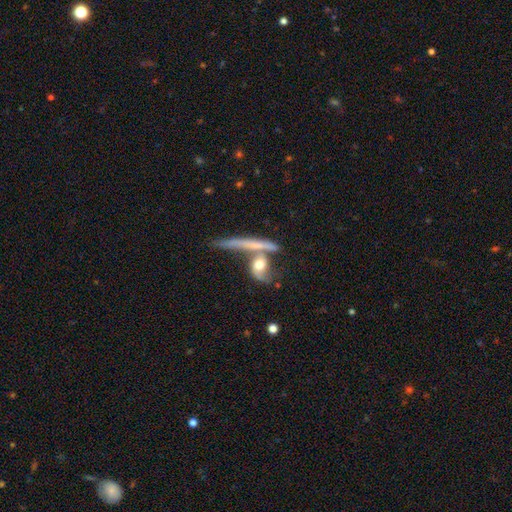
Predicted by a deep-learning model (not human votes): Smooth or featured: featured or disk — 57% (smooth — 31%)
Edge-on disk: yes — 79% (no — 21%)
Merging: none — 46% (merger — 34%)